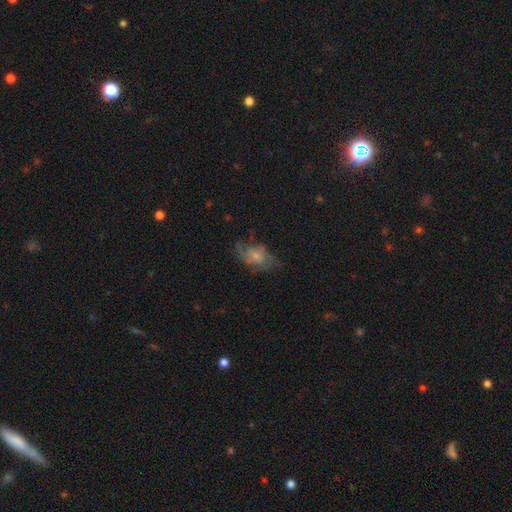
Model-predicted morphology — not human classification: The model was most divided on "smooth or featured": featured or disk: 51%, smooth: 39%, star or artifact: 10%. Remaining: edge-on disk — no (96%); merging — none (44%).